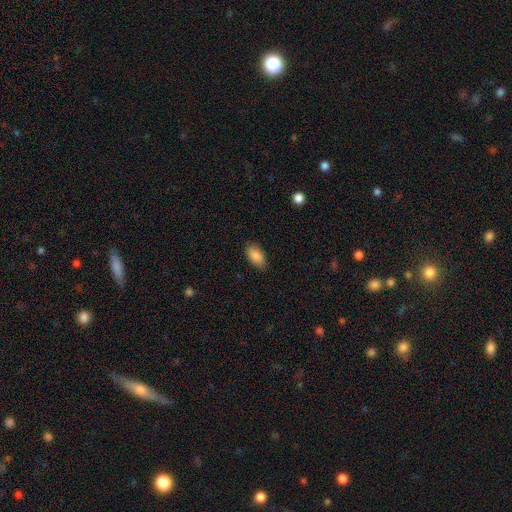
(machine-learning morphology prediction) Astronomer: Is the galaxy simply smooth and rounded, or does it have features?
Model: smooth — 89%.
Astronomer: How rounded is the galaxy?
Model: in between — 93%.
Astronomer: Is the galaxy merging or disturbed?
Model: none — 83%.